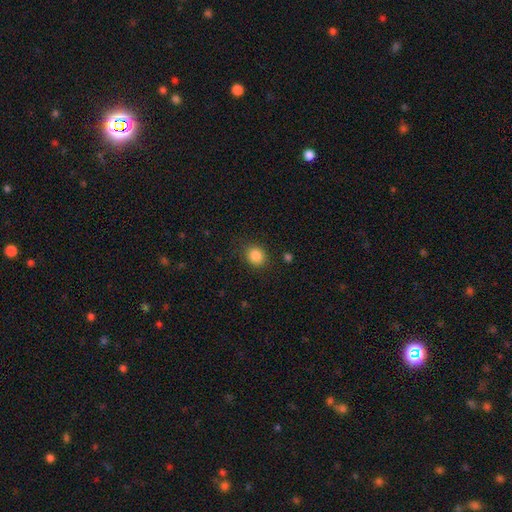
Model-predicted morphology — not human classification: A smooth galaxy with no disk features (85%) that is round (73%).

Vote fractions:
- Smooth or featured? smooth: 85% / star or artifact: 10% / featured or disk: 5%
- How rounded? round: 73% / in between: 26% / cigar-shaped: 1%
- Merging? none: 85% / minor disturbance: 10% / major disturbance: 3% / merger: 2%